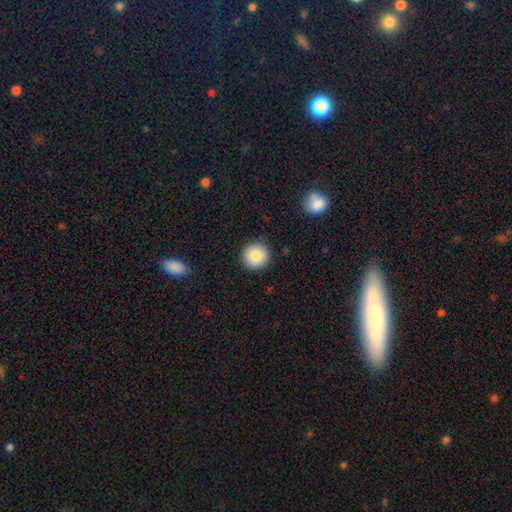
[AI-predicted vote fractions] Q: Smooth or featured?
A: smooth (88%); runner-up: star or artifact (8%)
Q: How rounded?
A: round (93%); runner-up: in between (6%)
Q: Merging?
A: none (91%); runner-up: minor disturbance (6%)